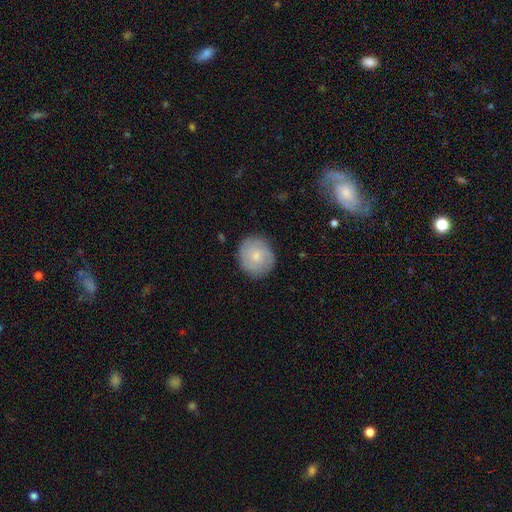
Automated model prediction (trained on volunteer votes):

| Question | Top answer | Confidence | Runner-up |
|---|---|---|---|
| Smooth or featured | smooth | 63% | featured or disk (30%) |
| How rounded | round | 83% | in between (16%) |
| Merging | none | 83% | minor disturbance (13%) |